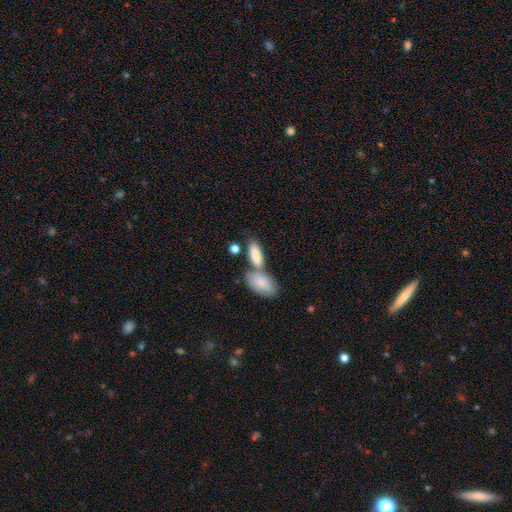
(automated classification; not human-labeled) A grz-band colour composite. It shows a smooth galaxy with no disk features (81%) that is in between round and cigar-shaped (84%). Merging: merger (44%).